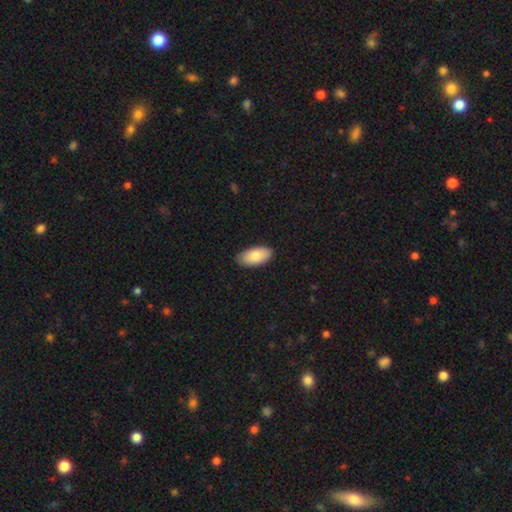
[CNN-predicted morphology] smooth_or_featured: smooth (p=0.82) [alt: featured or disk p=0.12]
how_rounded: in between (p=0.94) [alt: cigar-shaped p=0.04]
merging: none (p=0.87) [alt: minor disturbance p=0.10]